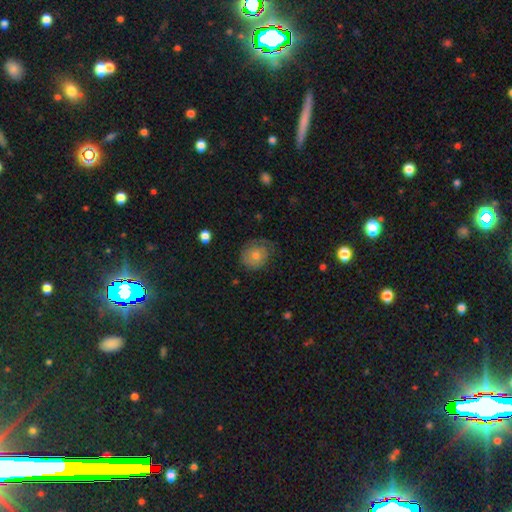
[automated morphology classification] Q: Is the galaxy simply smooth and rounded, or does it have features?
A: smooth — 63%.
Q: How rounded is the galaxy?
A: round — 74%.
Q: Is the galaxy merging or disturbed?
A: none — 64%.